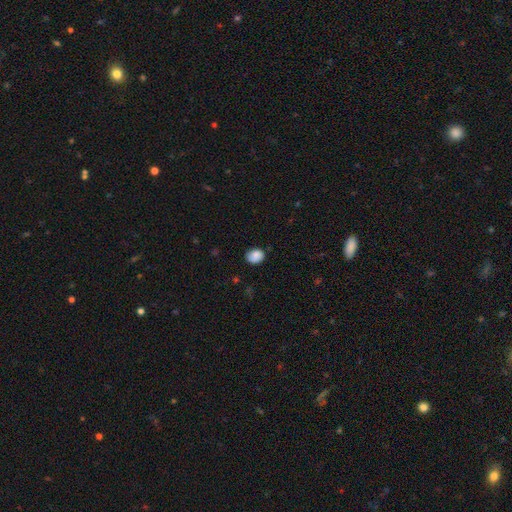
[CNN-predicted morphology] Smooth or featured? Predicted: smooth (p=0.85). How rounded? Predicted: round (p=0.54). Merging? Predicted: none (p=0.76).